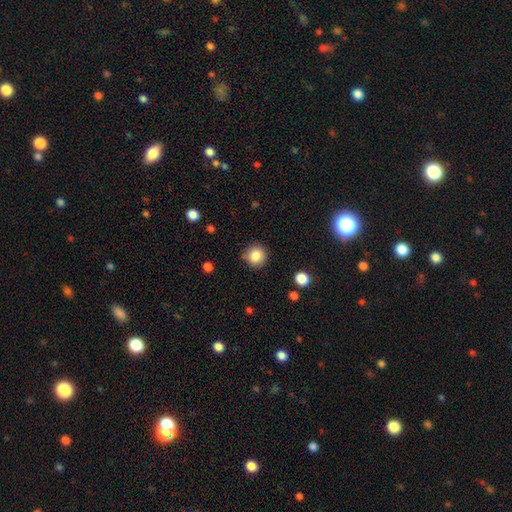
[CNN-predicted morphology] Smooth or featured? smooth (86%)
How rounded? round (93%)
Merging? none (83%)